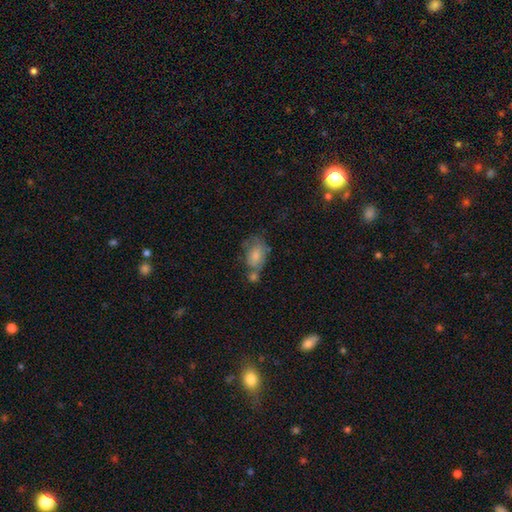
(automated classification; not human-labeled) smooth 76%, featured or disk 17%, star or artifact 8%. Down the decision tree: how rounded — in between (84%); merging — none (32%).